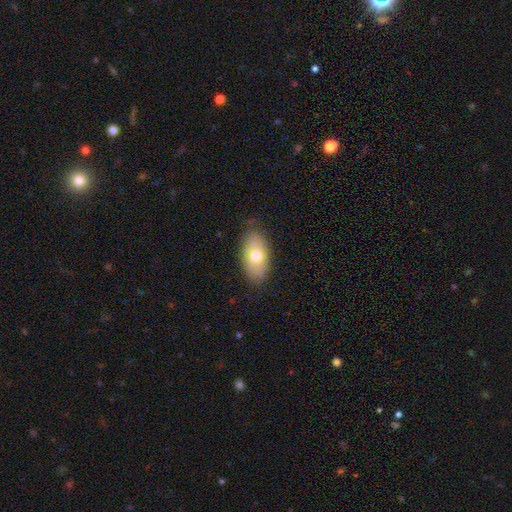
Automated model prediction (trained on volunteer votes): The model was most divided on "smooth or featured": smooth: 71%, featured or disk: 22%, star or artifact: 7%. More confident: how rounded — in between (91%); merging — none (82%).